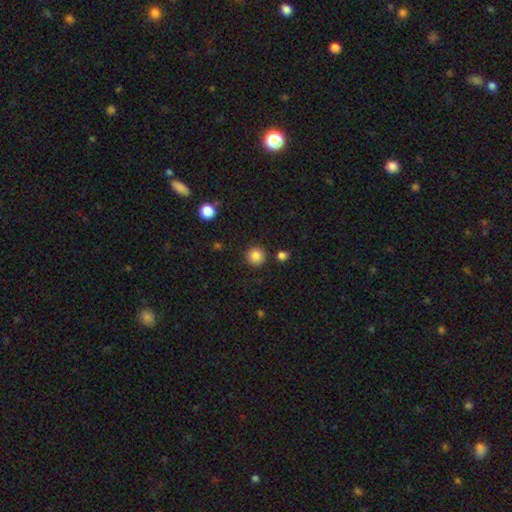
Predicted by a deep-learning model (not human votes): The model was most divided on "smooth or featured": smooth: 86%, star or artifact: 10%, featured or disk: 4%. More confident: how rounded — round (94%); merging — none (88%).